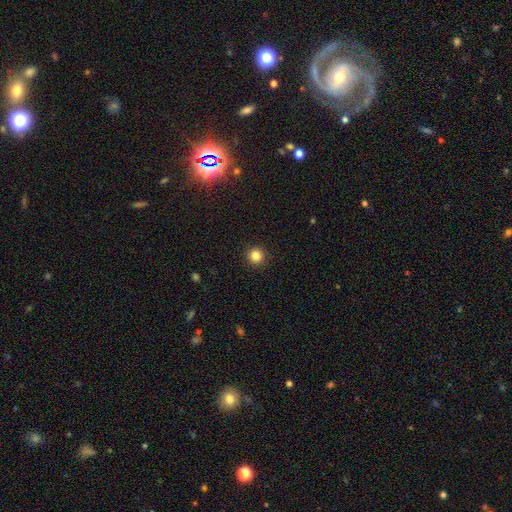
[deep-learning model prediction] Smooth or featured? Predicted: smooth (p=0.84). How rounded? Predicted: round (p=0.95). Merging? Predicted: none (p=0.93).